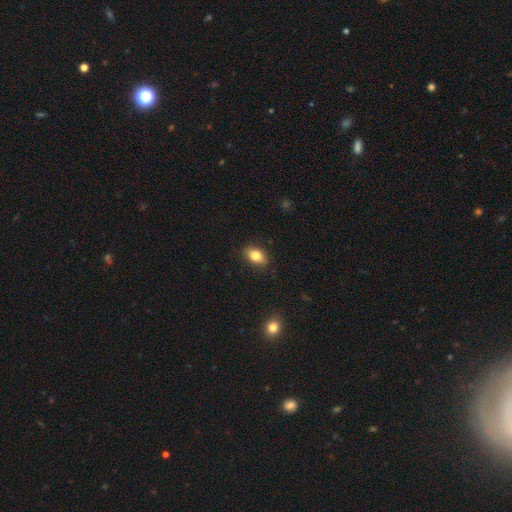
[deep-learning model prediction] The model was most divided on "how rounded": in between: 84%, round: 14%, cigar-shaped: 2%. More confident: merging — none (86%); smooth or featured — smooth (84%).